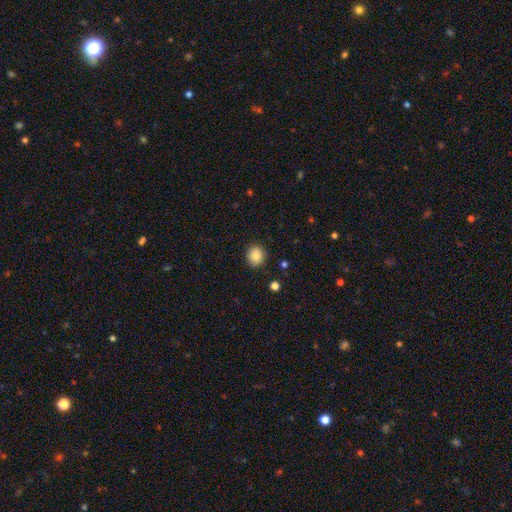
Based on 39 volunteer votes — Smooth or featured?
  - smooth: 90% *
  - featured or disk: 5%
  - star or artifact: 5%
How rounded?
  - round: 91% *
  - in between: 9%
  - cigar-shaped: 0%
Merging?
  - none: 89% *
  - minor disturbance: 11%
  - major disturbance: 0%
  - merger: 0%